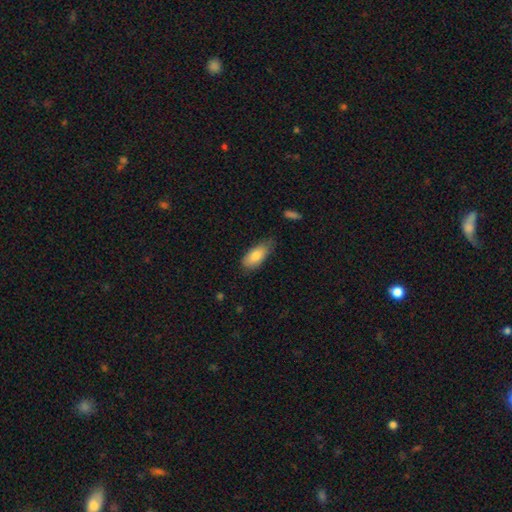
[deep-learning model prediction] smooth-or-featured: smooth: 82% | featured or disk: 12% | star or artifact: 6%
  how-rounded: in between: 87% | cigar-shaped: 11% | round: 2%
  merging: none: 61% | minor disturbance: 31% | major disturbance: 6% | merger: 2%